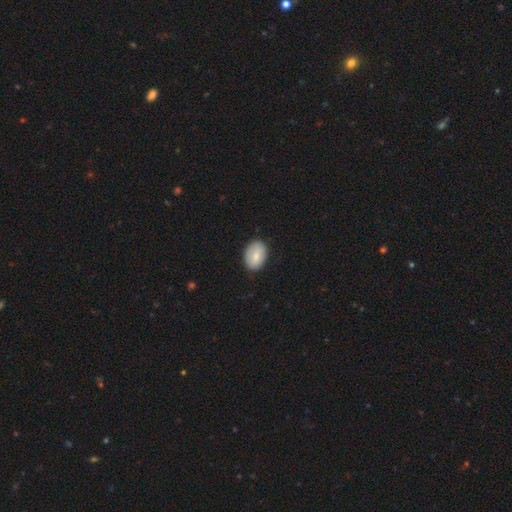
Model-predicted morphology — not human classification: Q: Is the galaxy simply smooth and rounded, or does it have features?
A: smooth — 78%.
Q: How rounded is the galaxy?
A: in between — 81%.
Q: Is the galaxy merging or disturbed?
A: none — 85%.